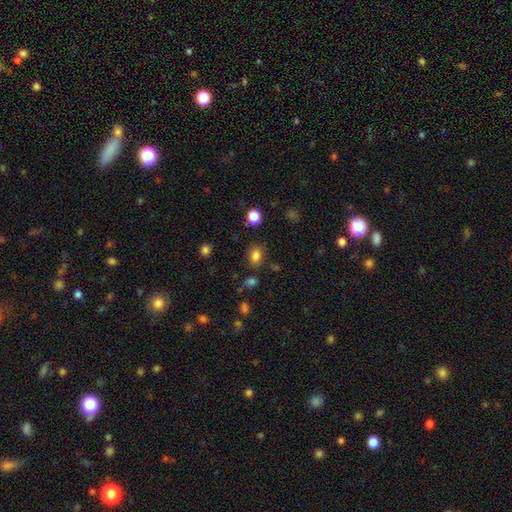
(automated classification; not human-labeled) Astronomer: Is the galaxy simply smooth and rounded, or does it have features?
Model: smooth — 82%.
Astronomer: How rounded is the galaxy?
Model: in between — 71%.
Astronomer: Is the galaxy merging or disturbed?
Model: none — 79%.